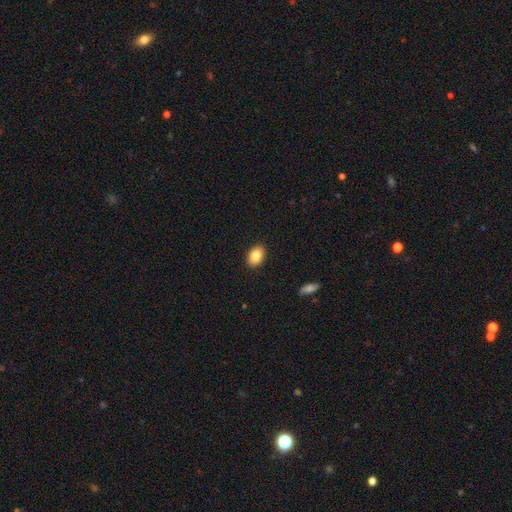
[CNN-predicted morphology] smooth-or-featured: smooth: 86% | star or artifact: 8% | featured or disk: 7%
  how-rounded: in between: 83% | round: 16% | cigar-shaped: 1%
  merging: none: 89% | minor disturbance: 8% | major disturbance: 2% | merger: 1%